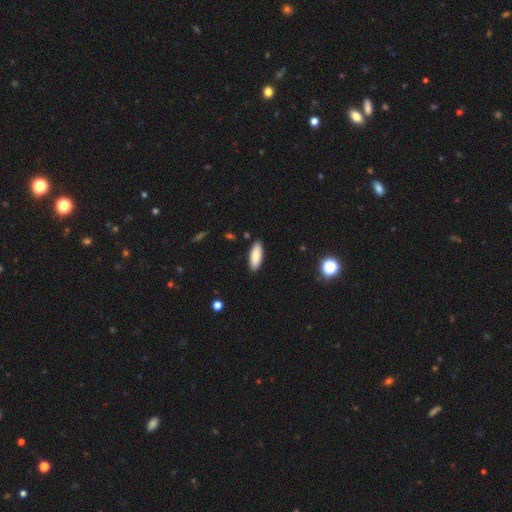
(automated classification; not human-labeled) This appears to be a smooth galaxy with no disk features (84%) that is in between round and cigar-shaped (73%). Merging: none (89%).